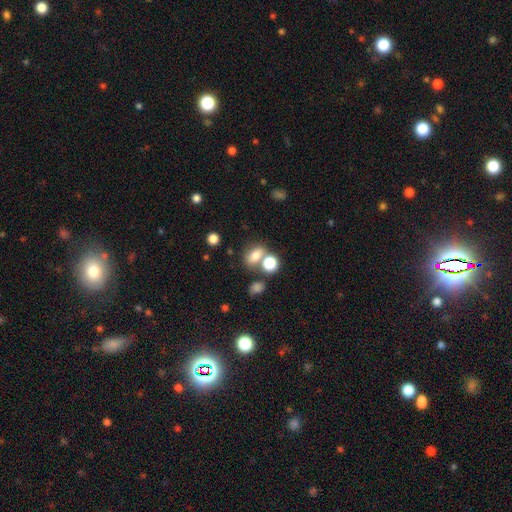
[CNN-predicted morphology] Smooth or featured? Predicted: smooth (p=0.72). How rounded? Predicted: in between (p=0.65). Merging? Predicted: none (p=0.54).